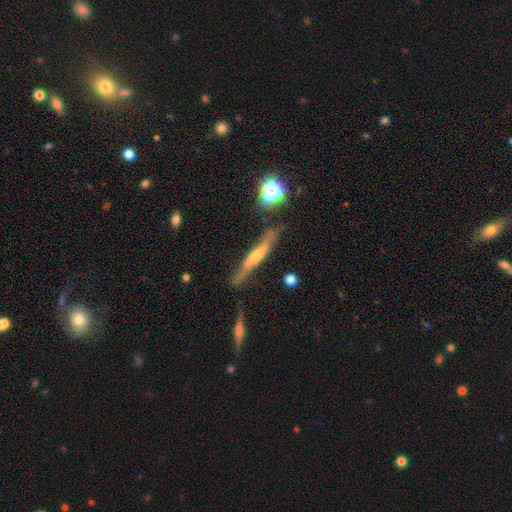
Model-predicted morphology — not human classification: featured or disk 60%, smooth 31%, star or artifact 9%. Down the decision tree: edge-on disk — yes (88%); edge-on bulge — rounded (70%); merging — none (74%).